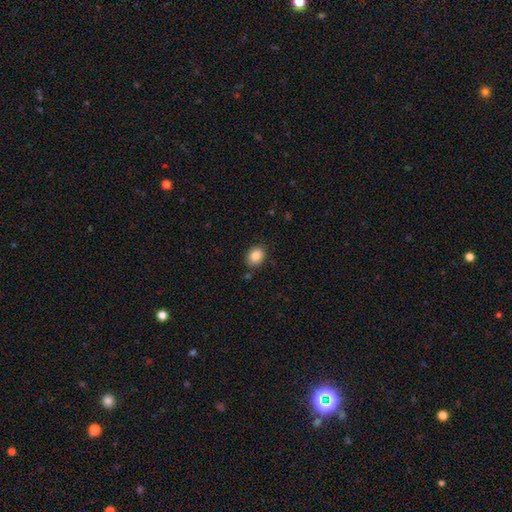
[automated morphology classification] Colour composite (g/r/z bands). It shows a smooth galaxy with no disk features (86%) that is in between round and cigar-shaped (67%). Merging: none (84%).